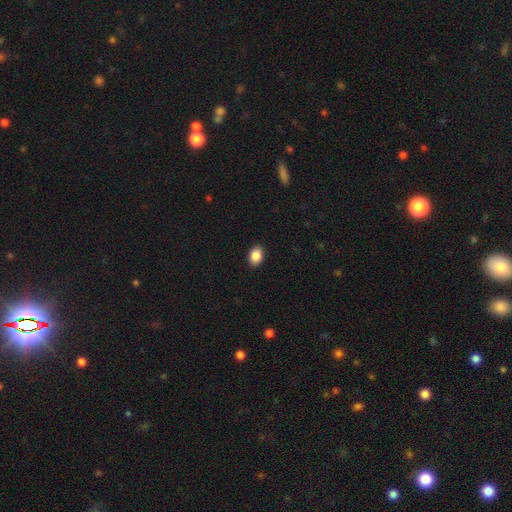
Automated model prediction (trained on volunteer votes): A smooth galaxy with no disk features (87%) that is in between round and cigar-shaped (80%).

Vote fractions:
- Smooth or featured? smooth: 87% / star or artifact: 8% / featured or disk: 5%
- How rounded? in between: 80% / round: 19% / cigar-shaped: 1%
- Merging? none: 91% / minor disturbance: 7% / major disturbance: 2% / merger: 1%